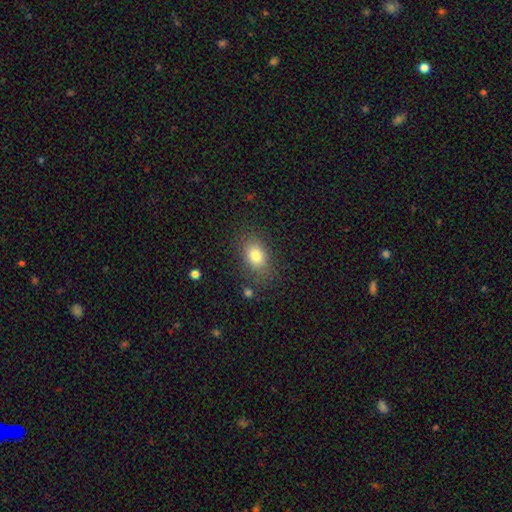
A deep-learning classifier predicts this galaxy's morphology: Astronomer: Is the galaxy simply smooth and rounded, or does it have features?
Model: smooth — 79%.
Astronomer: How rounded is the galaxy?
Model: in between — 72%.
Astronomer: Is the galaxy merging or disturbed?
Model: none — 78%.